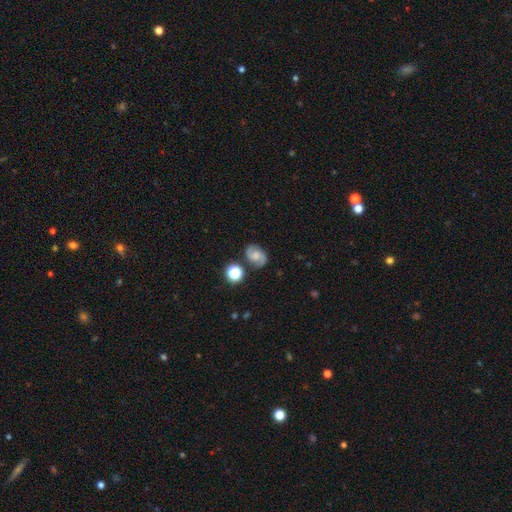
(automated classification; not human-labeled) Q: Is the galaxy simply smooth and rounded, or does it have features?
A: featured or disk — 62%.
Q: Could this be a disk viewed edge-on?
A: no — 97%.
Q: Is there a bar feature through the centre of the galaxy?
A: no — 58%.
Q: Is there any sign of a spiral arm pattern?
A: yes — 92%.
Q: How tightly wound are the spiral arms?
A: medium — 51%.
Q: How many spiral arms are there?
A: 2 — 89%.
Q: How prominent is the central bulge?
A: moderate — 43%.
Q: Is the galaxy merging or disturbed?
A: none — 77%.